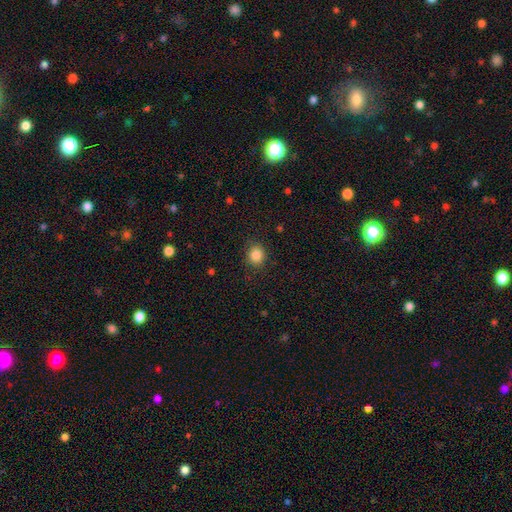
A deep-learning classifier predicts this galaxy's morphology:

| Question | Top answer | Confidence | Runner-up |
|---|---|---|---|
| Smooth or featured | smooth | 85% | star or artifact (10%) |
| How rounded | round | 80% | in between (19%) |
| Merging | none | 87% | minor disturbance (9%) |